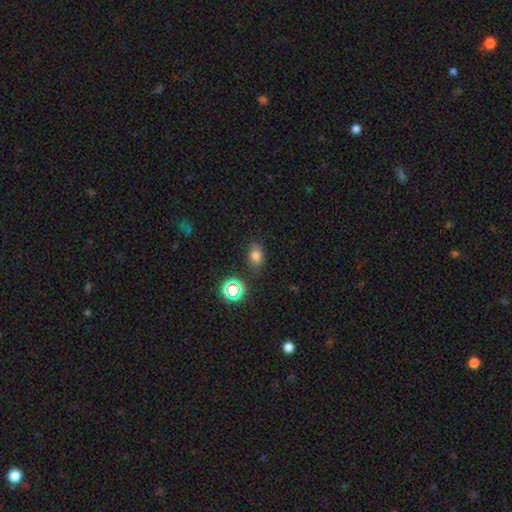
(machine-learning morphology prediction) Smooth or featured?
  - smooth: 74% *
  - star or artifact: 19%
  - featured or disk: 7%
How rounded?
  - in between: 73% *
  - round: 26%
  - cigar-shaped: 1%
Merging?
  - none: 81% *
  - minor disturbance: 13%
  - major disturbance: 3%
  - merger: 3%